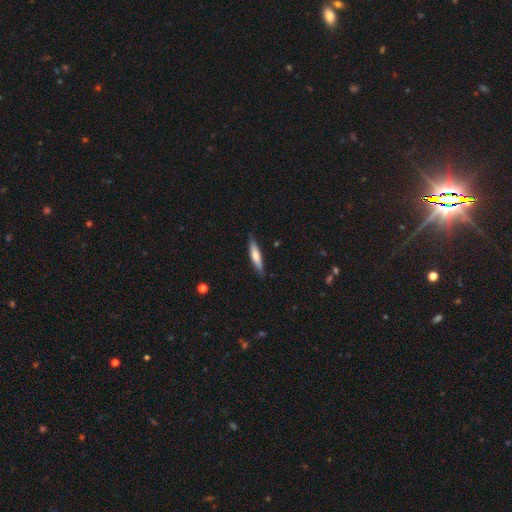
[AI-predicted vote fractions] Morphology: type=smooth (57%); roundness=cigar-shaped (82%); merging=none (85%).